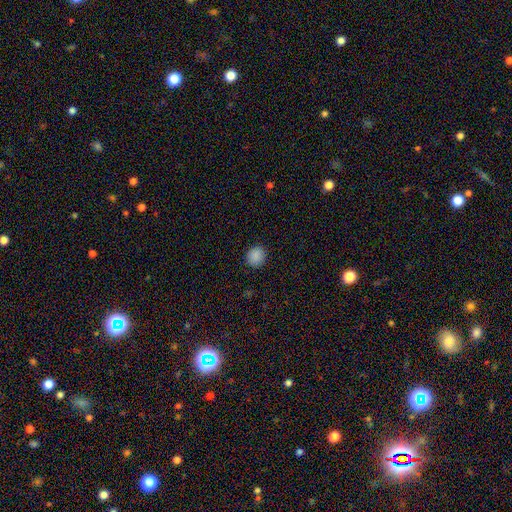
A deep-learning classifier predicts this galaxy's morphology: smooth 88%, star or artifact 9%, featured or disk 3%. Down the decision tree: how rounded — round (79%); merging — none (90%).